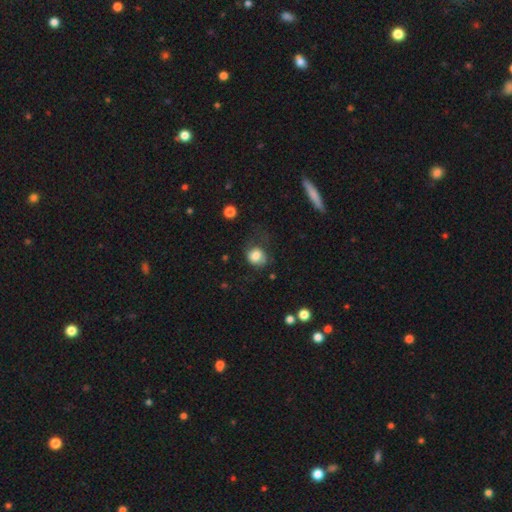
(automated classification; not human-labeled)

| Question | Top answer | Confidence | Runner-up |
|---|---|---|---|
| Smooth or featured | smooth | 79% | featured or disk (12%) |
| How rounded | round | 62% | in between (37%) |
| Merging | none | 42% | major disturbance (28%) |